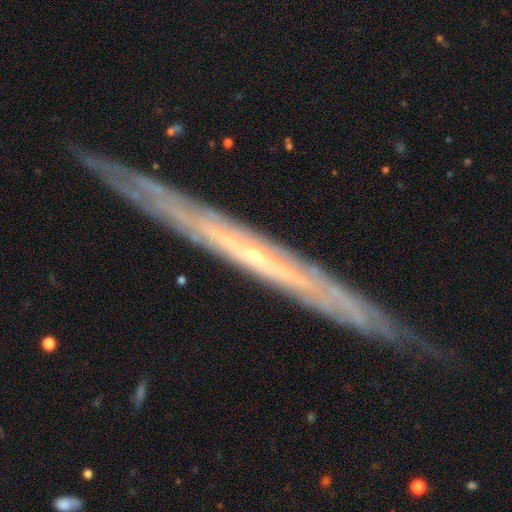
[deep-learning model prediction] Morphology: type=featured or disk (79%); edge-on=yes (87%); edge-on bulge=none (69%); merging=none (86%).